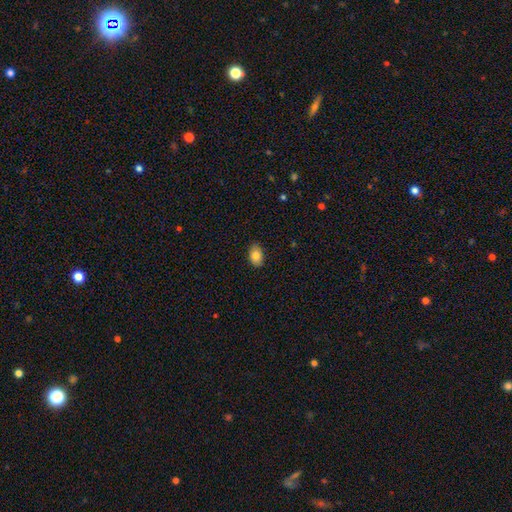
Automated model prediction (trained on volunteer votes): smooth 83%, featured or disk 9%, star or artifact 8%. Down the decision tree: how rounded — in between (86%); merging — none (85%).